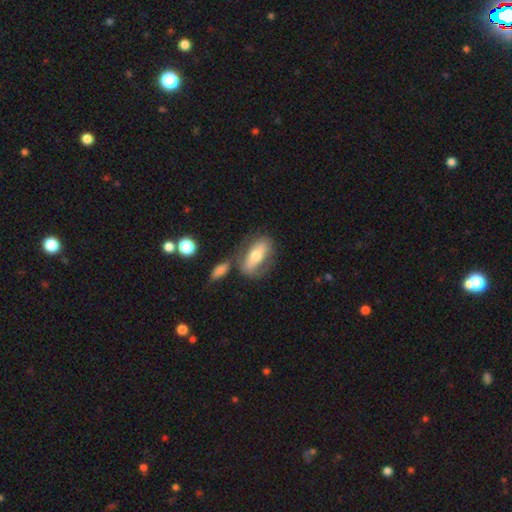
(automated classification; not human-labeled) This appears to be a smooth galaxy with no disk features (52%) that is in between round and cigar-shaped (79%). Merging: none (62%).